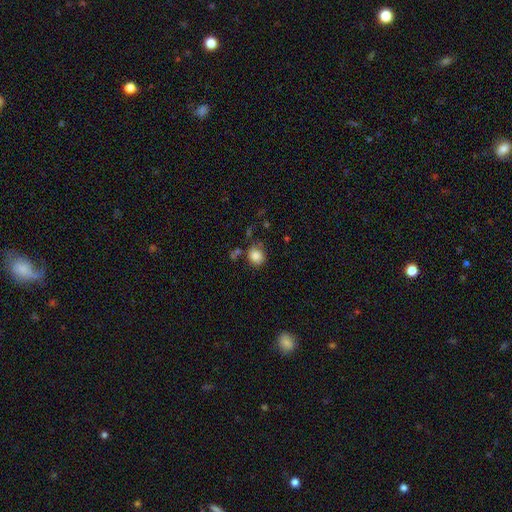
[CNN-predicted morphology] Q: Smooth or featured?
A: smooth (85%); runner-up: star or artifact (10%)
Q: How rounded?
A: round (68%); runner-up: in between (31%)
Q: Merging?
A: none (70%); runner-up: minor disturbance (18%)